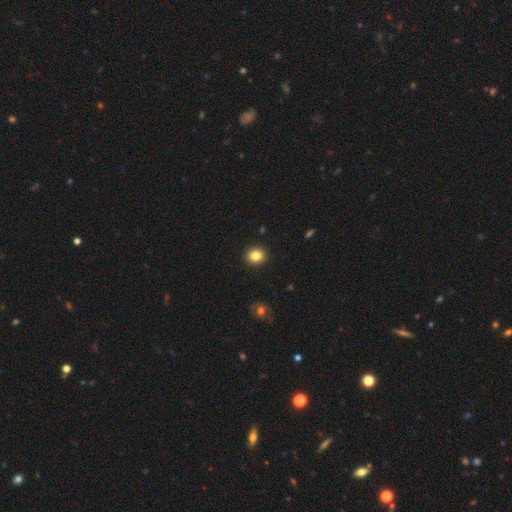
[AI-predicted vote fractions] Smooth or featured? Predicted: smooth (p=0.83). How rounded? Predicted: round (p=0.78). Merging? Predicted: none (p=0.92).